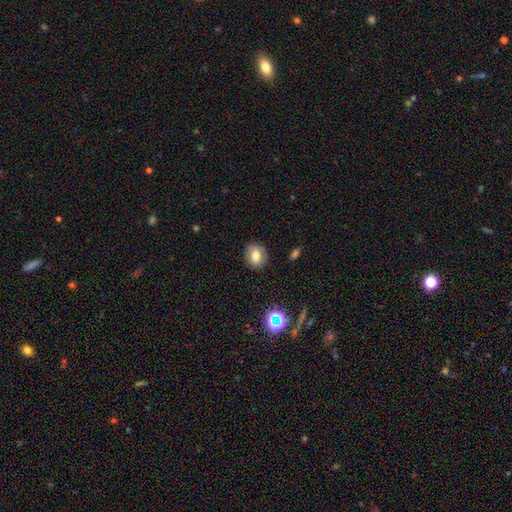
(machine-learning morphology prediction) smooth-or-featured: smooth: 64% | featured or disk: 24% | star or artifact: 12%
  how-rounded: round: 61% | in between: 37% | cigar-shaped: 1%
  merging: none: 85% | minor disturbance: 10% | major disturbance: 3% | merger: 1%